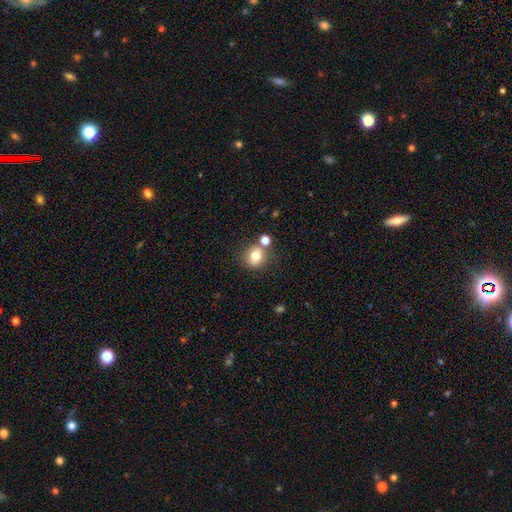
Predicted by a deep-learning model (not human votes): The model was most divided on "how rounded": round: 73%, in between: 26%, cigar-shaped: 1%. More confident: smooth or featured — smooth (77%); merging — none (66%).